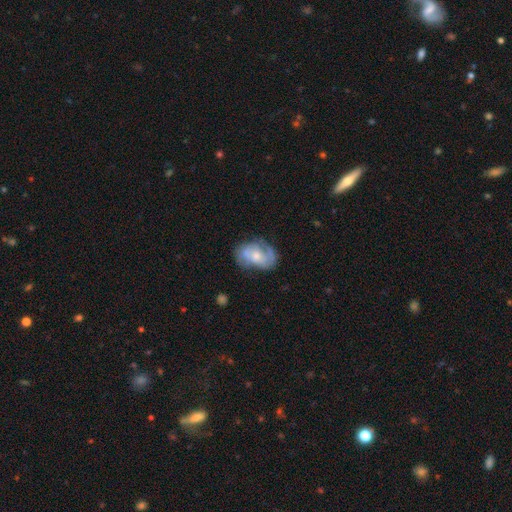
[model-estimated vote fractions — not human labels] A featured or disk galaxy (58%) with no bar (71%), spiral arms (65%) and a moderate central bulge (49%).

Vote fractions:
- Smooth or featured? featured or disk: 58% / smooth: 35% / star or artifact: 7%
- Edge-on disk? no: 96% / yes: 4%
- Bar? no: 71% / weak: 24% / strong: 5%
- Spiral arms? yes: 65% / no: 35%
- Bulge size? moderate: 49% / small: 38% / large: 6% / none: 5% / dominant: 1%
- Merging? none: 51% / minor disturbance: 27% / major disturbance: 14% / merger: 8%